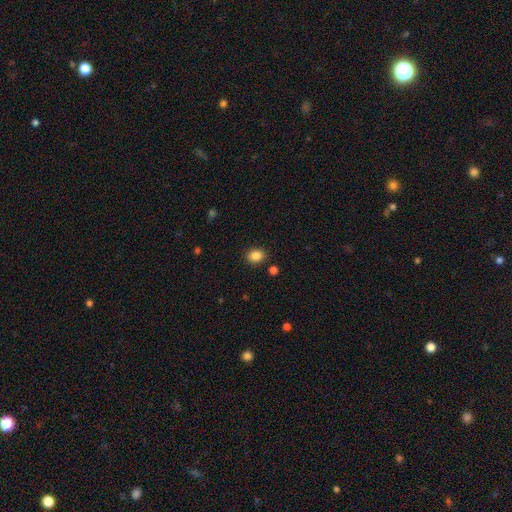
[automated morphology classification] The model was most divided on "how rounded": in between: 56%, round: 44%, cigar-shaped: 1%. More confident: merging — none (87%); smooth or featured — smooth (86%).